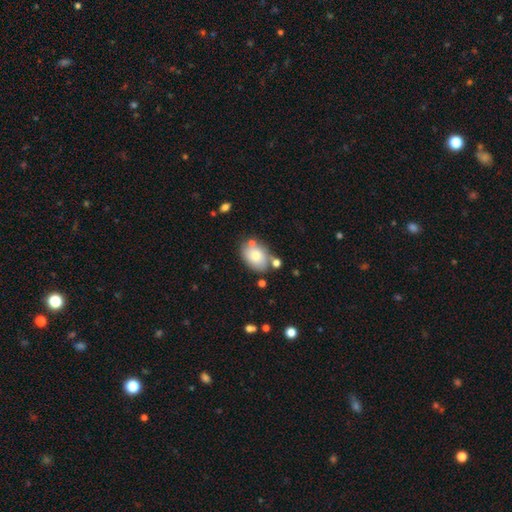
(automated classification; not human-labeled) A smooth galaxy with no disk features (74%) that is in between round and cigar-shaped (78%). Merging: none (67%).